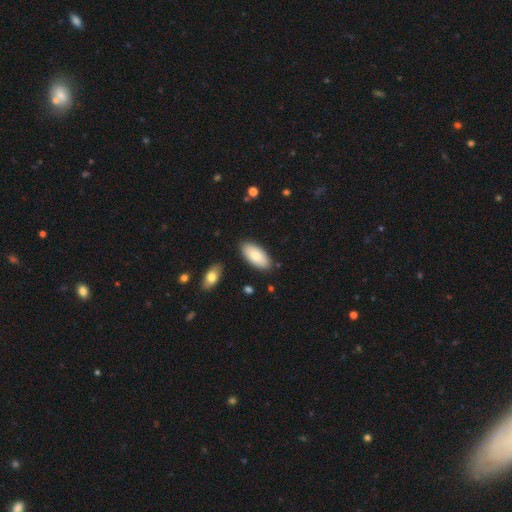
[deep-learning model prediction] This appears to be a smooth galaxy with no disk features (81%) that is in between round and cigar-shaped (93%). Merging: none (86%).